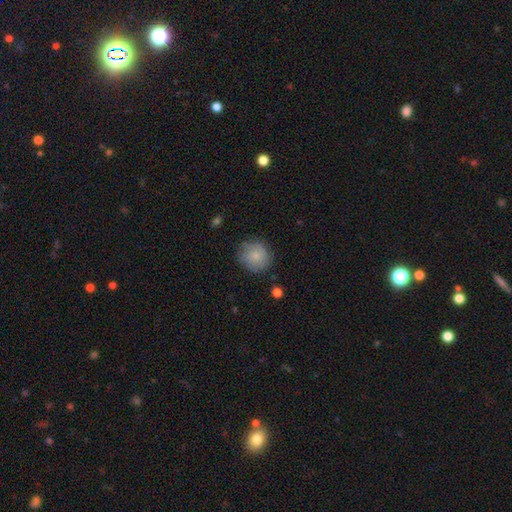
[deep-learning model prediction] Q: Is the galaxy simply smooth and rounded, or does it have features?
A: smooth — 74%.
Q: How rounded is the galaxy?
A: round — 86%.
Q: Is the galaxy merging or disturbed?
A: none — 73%.